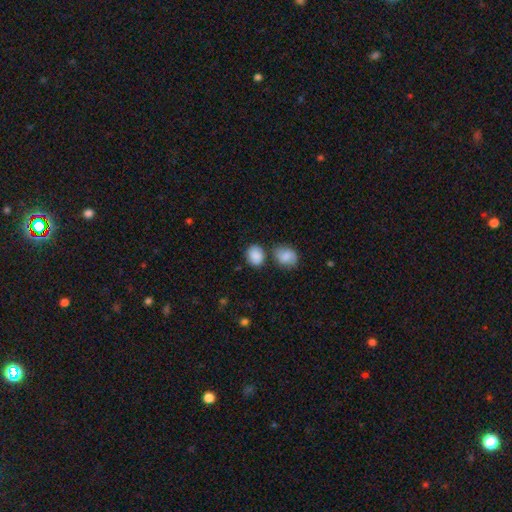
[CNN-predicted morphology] Q: Smooth or featured?
A: smooth (87%); runner-up: star or artifact (8%)
Q: How rounded?
A: round (52%); runner-up: in between (46%)
Q: Merging?
A: none (67%); runner-up: minor disturbance (15%)